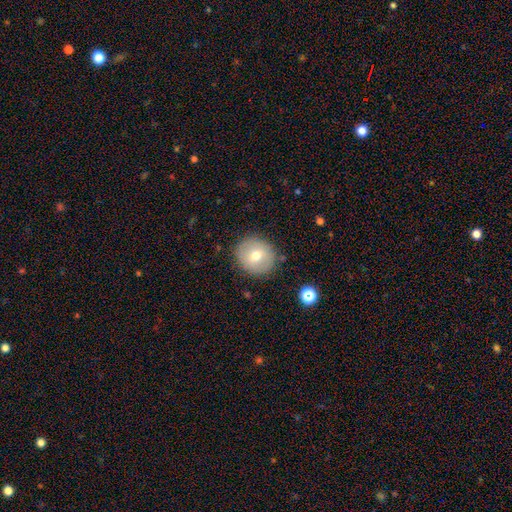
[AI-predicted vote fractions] Smooth or featured: smooth — 66% (featured or disk — 25%)
How rounded: round — 86% (in between — 13%)
Merging: none — 85% (minor disturbance — 10%)